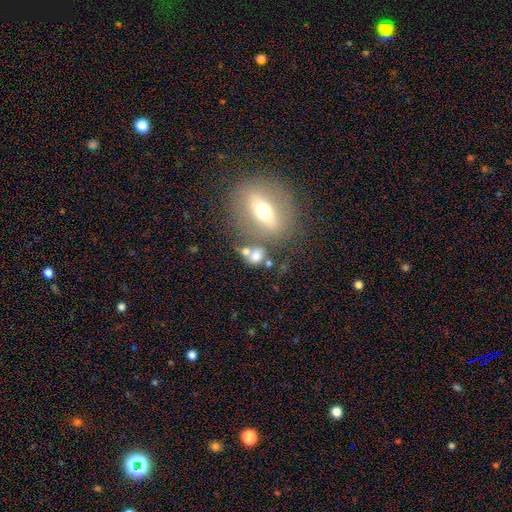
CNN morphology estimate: A smooth galaxy with no disk features (62%) that is round (49%).

Vote fractions:
- Smooth or featured? smooth: 62% / featured or disk: 23% / star or artifact: 15%
- How rounded? round: 49% / in between: 46% / cigar-shaped: 4%
- Merging? none: 46% / merger: 33% / minor disturbance: 12% / major disturbance: 9%